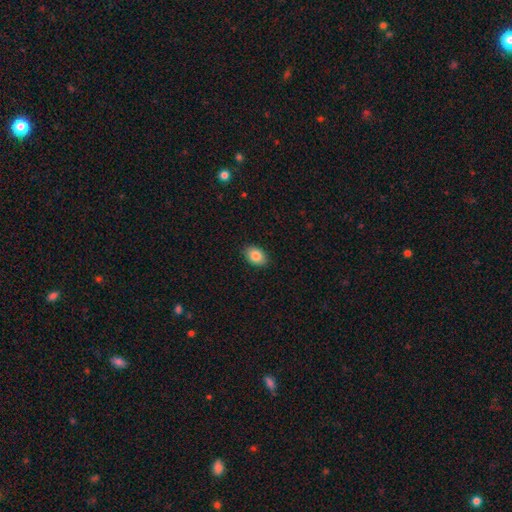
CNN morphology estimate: This appears to be a smooth galaxy with no disk features (86%) that is in between round and cigar-shaped (81%). Merging: none (89%).